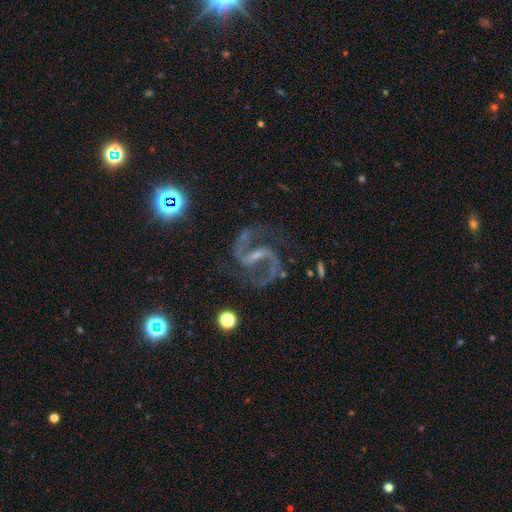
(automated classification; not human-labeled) This is clearly a featured or disk galaxy (93%). It is clearly not viewed edge-on (98%). Bar: possibly strong (49%). Spiral arm pattern: clearly yes (98%). Spiral arm count: clearly 2 (95%). Spiral winding: likely medium (64%). Central bulge: likely small (61%). Merging: likely none (78%).